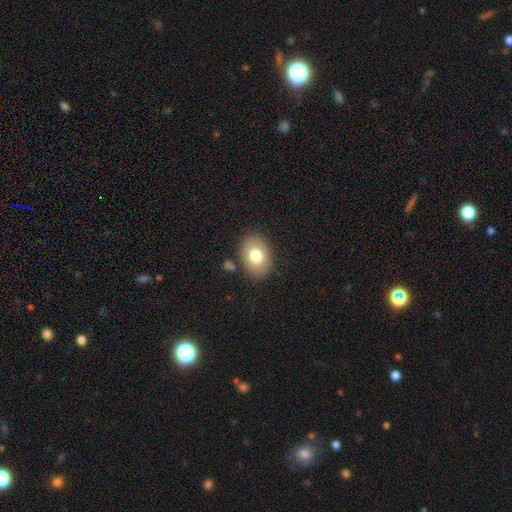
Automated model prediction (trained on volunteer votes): Smooth or featured: smooth — 77% (featured or disk — 15%)
How rounded: in between — 77% (round — 22%)
Merging: none — 83% (minor disturbance — 11%)